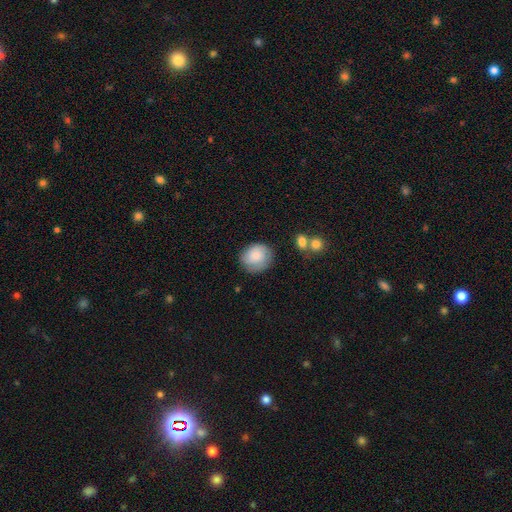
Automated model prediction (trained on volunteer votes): Morphology: type=smooth (80%); roundness=round (77%); merging=none (72%).